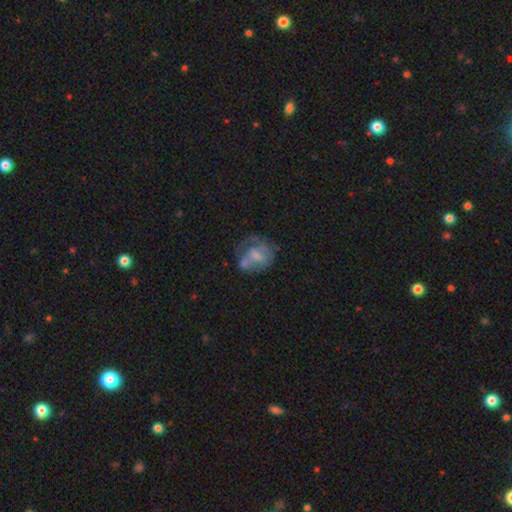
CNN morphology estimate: type=featured or disk (52%); edge-on=no (97%); bar=no (64%); spiral arms=no (57%); bulge=small (36%, tied with moderate); merging=none (34%).